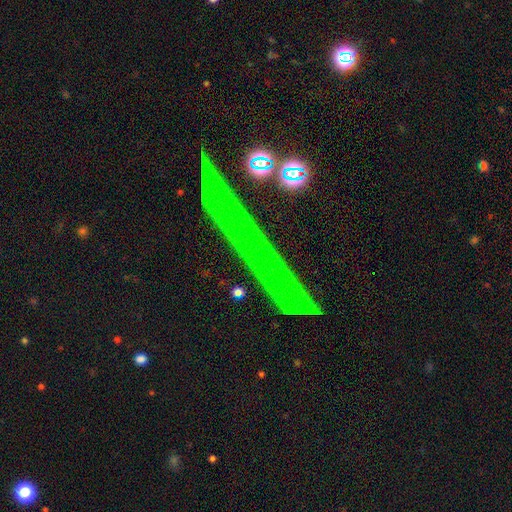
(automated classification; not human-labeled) smooth_or_featured: star or artifact (p=0.60) [alt: smooth p=0.20]